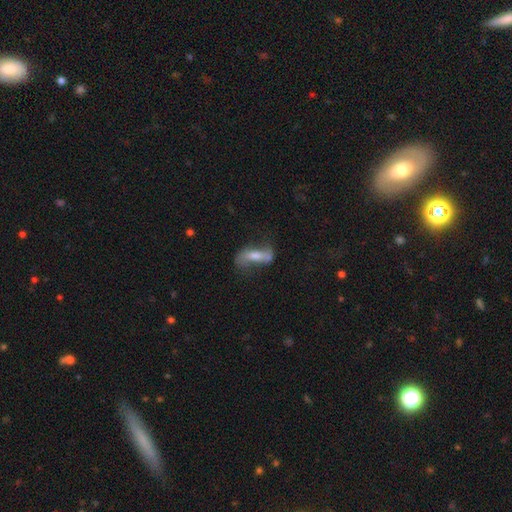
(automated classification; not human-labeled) featured or disk 54%, smooth 38%, star or artifact 9%. Down the decision tree: edge-on disk — no (77%); merging — none (48%).